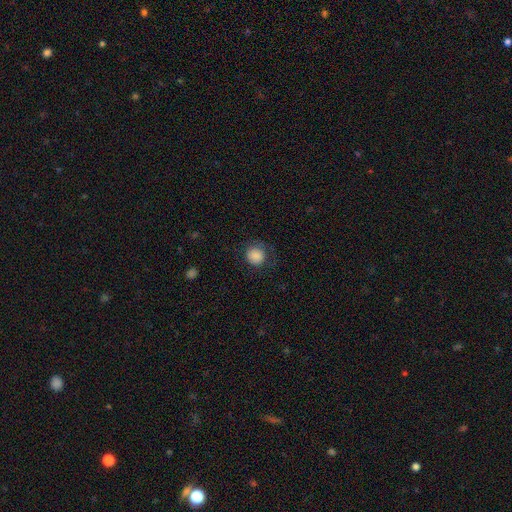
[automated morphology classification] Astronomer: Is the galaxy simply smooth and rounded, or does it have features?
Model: smooth — 85%.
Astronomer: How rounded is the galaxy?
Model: round — 85%.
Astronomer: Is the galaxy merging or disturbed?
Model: none — 71%.